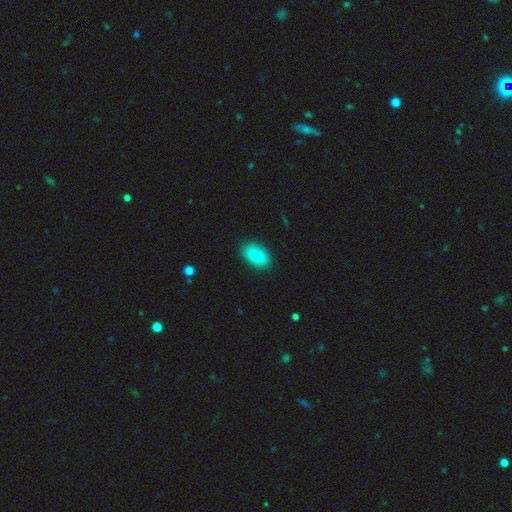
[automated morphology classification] Smooth or featured: smooth — 83% (featured or disk — 10%)
How rounded: in between — 90% (round — 9%)
Merging: none — 87% (minor disturbance — 10%)